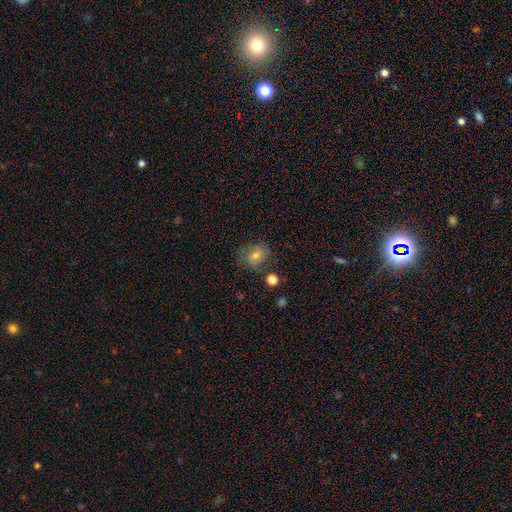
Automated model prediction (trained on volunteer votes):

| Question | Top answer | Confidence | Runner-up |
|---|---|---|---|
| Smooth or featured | smooth | 51% | featured or disk (33%) |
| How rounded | round | 64% | in between (35%) |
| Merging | none | 69% | minor disturbance (20%) |